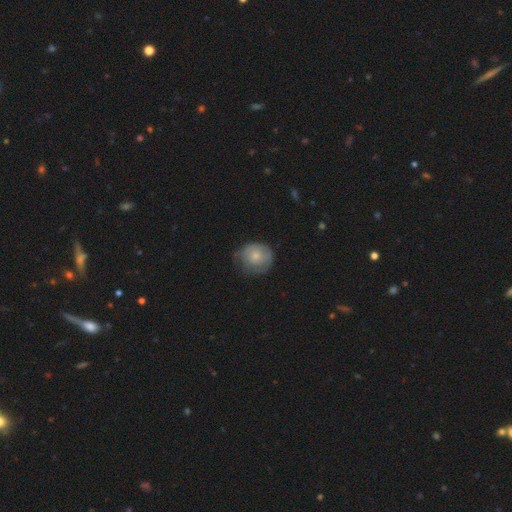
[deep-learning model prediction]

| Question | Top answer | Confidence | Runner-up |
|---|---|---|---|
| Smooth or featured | smooth | 63% | featured or disk (31%) |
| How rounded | round | 81% | in between (18%) |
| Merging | none | 55% | minor disturbance (32%) |